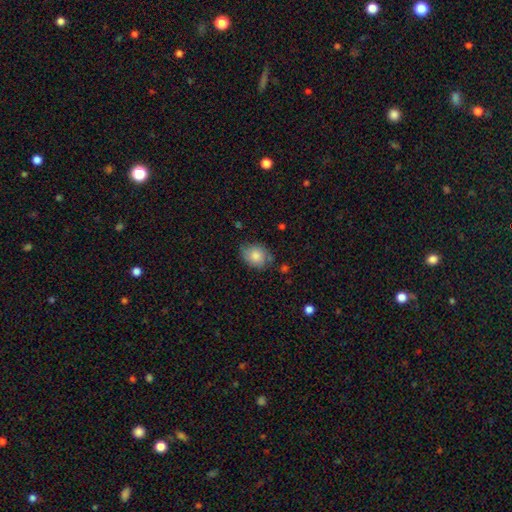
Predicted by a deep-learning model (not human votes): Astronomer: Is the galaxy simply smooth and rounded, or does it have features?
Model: smooth — 84%.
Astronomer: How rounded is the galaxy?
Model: in between — 57% (runner-up: round, 42%).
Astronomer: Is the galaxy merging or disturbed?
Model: none — 73%.